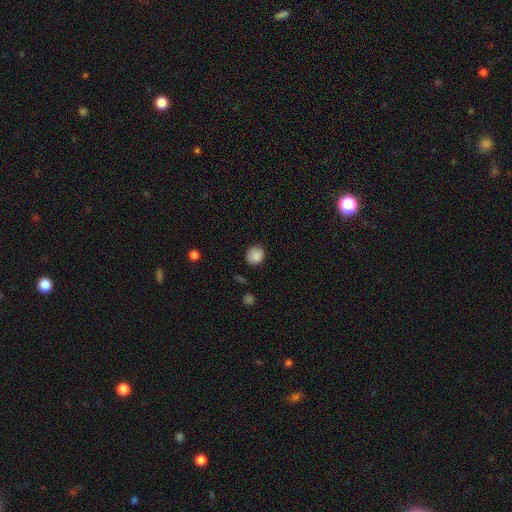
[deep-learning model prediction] The model was most divided on "how rounded": round: 80%, in between: 19%, cigar-shaped: 1%. More confident: smooth or featured — smooth (87%); merging — none (84%).